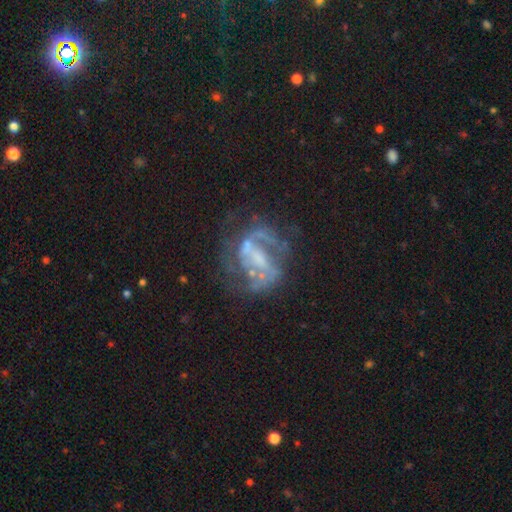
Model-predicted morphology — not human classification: Overall: featured or disk (79%). Edge-on disk: no (97%). Bar: weak (39%; no 35%). Spiral arms: yes (67%; no 33%). Spiral arm count: 2 (55%; can't tell 25%). Spiral winding: medium (46%; tight 27%). Bulge size: none (33%; moderate 30%). Merging: none (50%; major disturbance 25%).